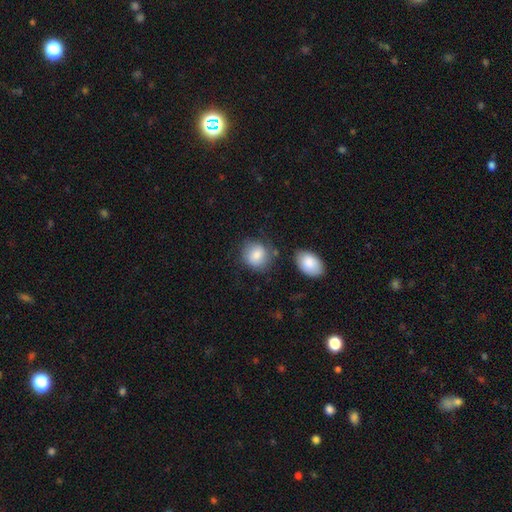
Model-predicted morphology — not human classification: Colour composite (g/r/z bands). It shows a smooth galaxy with no disk features (82%) that is round (70%). Merging: none (66%).